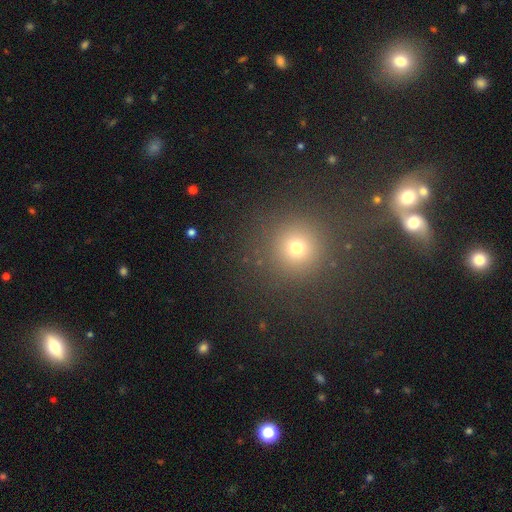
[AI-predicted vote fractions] This is possibly a smooth galaxy (52%). How rounded: clearly round (94%). Merging: clearly none (87%).